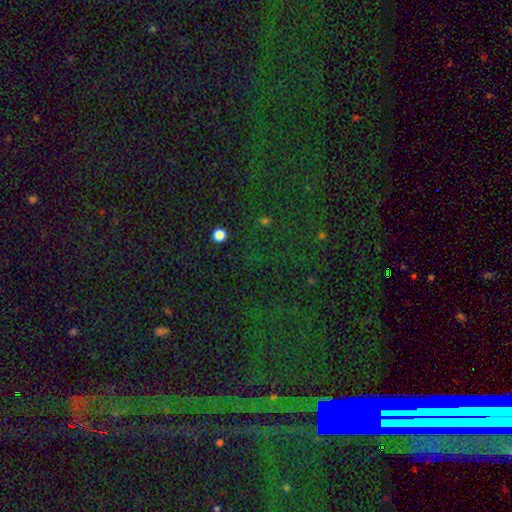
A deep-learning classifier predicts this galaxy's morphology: A star or artifact, not a galaxy (73%).

Vote fractions:
- Smooth or featured? star or artifact: 73% / smooth: 19% / featured or disk: 8%